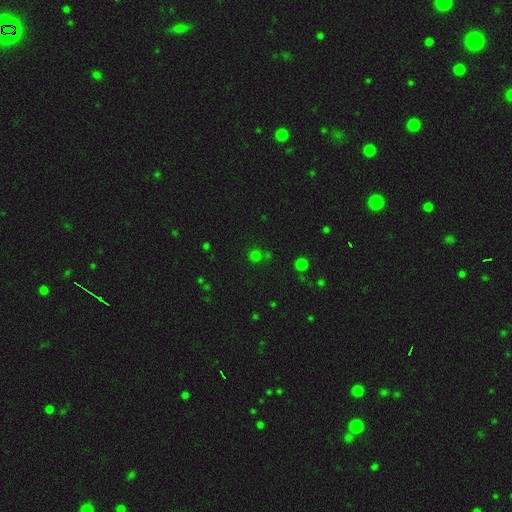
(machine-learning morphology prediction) smooth-or-featured: smooth: 61% | star or artifact: 34% | featured or disk: 6%
  how-rounded: round: 91% | in between: 8% | cigar-shaped: 1%
  merging: none: 74% | merger: 11% | minor disturbance: 10% | major disturbance: 4%